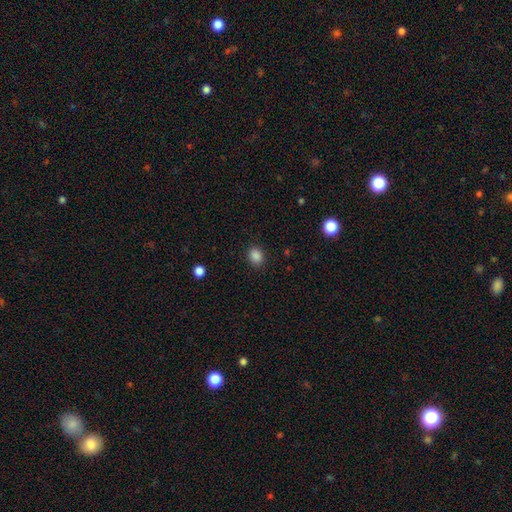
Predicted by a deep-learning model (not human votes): The model was most divided on "how rounded": round: 58%, in between: 41%, cigar-shaped: 1%. More confident: merging — none (89%); smooth or featured — smooth (87%).